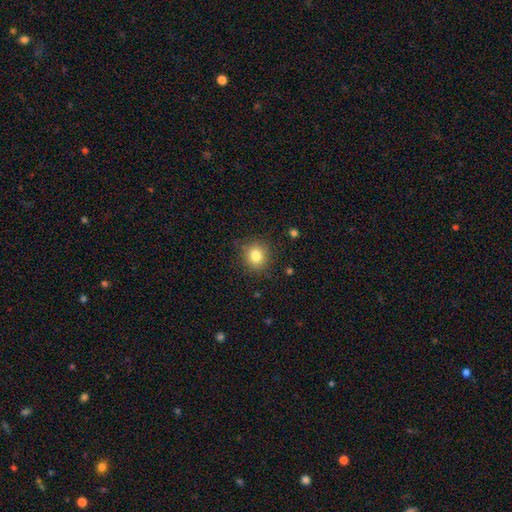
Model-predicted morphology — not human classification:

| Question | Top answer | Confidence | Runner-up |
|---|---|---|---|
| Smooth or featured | smooth | 82% | star or artifact (11%) |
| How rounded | round | 86% | in between (14%) |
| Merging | none | 85% | minor disturbance (11%) |